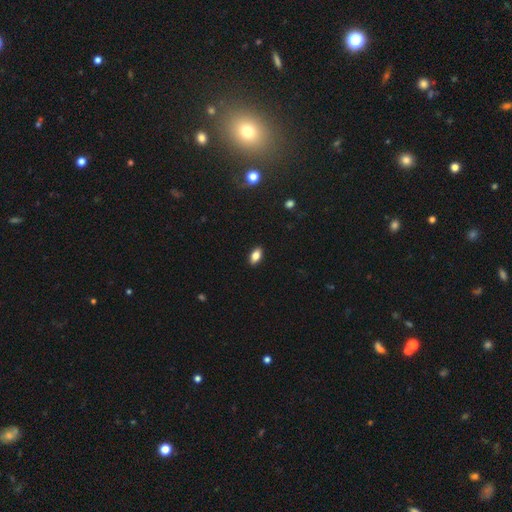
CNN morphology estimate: A smooth galaxy with no disk features (79%) that is in between round and cigar-shaped (89%).

Vote fractions:
- Smooth or featured? smooth: 79% / featured or disk: 13% / star or artifact: 8%
- How rounded? in between: 89% / cigar-shaped: 6% / round: 5%
- Merging? none: 90% / minor disturbance: 7% / major disturbance: 2% / merger: 1%